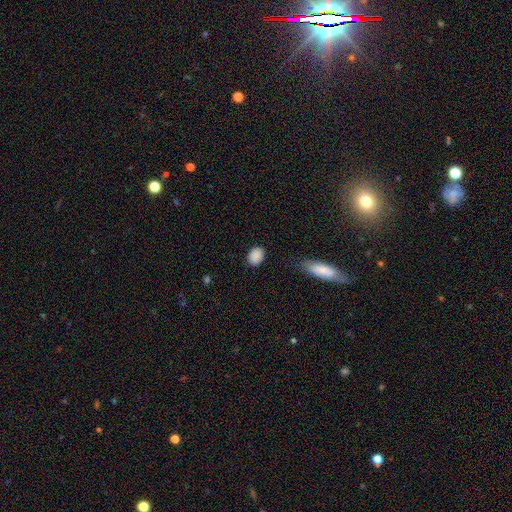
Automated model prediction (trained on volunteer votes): Q: Smooth or featured?
A: smooth (89%); runner-up: star or artifact (7%)
Q: How rounded?
A: in between (69%); runner-up: round (29%)
Q: Merging?
A: none (84%); runner-up: minor disturbance (12%)